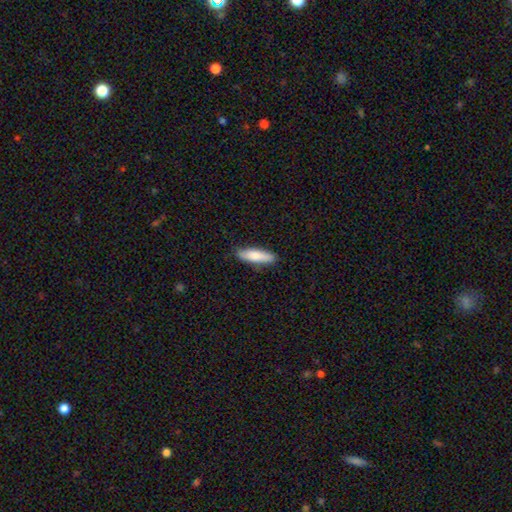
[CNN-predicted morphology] smooth_or_featured: smooth (p=0.80) [alt: featured or disk p=0.15]
how_rounded: cigar-shaped (p=0.68) [alt: in between p=0.30]
merging: none (p=0.86) [alt: minor disturbance p=0.11]